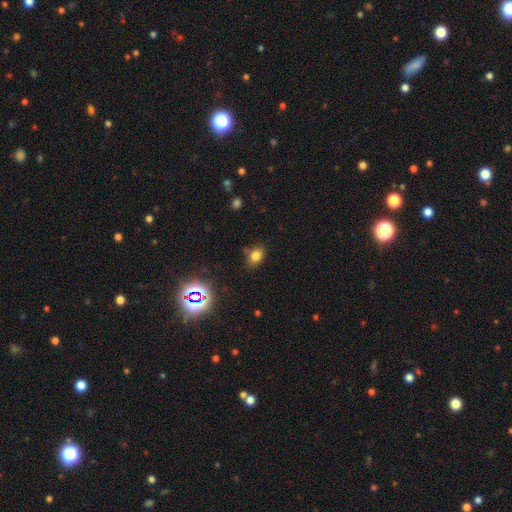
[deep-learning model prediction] smooth 75%, star or artifact 18%, featured or disk 8%. Down the decision tree: how rounded — in between (60%); merging — none (74%).